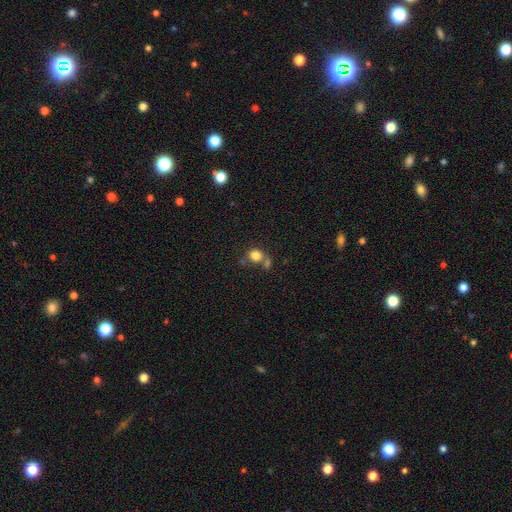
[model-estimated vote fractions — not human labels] A smooth galaxy with no disk features (81%) that is round (80%). Merging: none (52%).